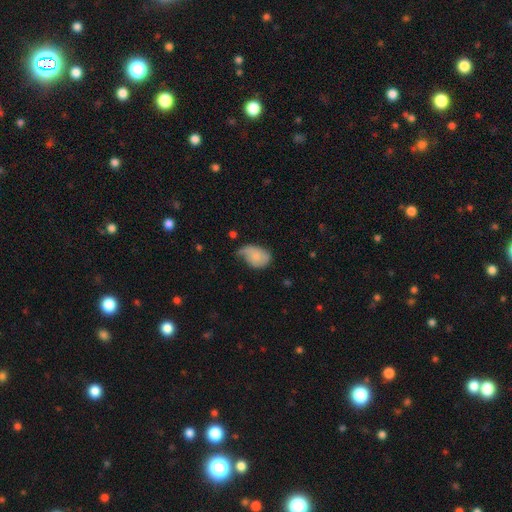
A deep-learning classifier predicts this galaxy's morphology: smooth_or_featured: smooth (p=0.64) [alt: featured or disk p=0.29]
how_rounded: in between (p=0.78) [alt: round p=0.20]
merging: minor disturbance (p=0.42) [alt: none p=0.29]